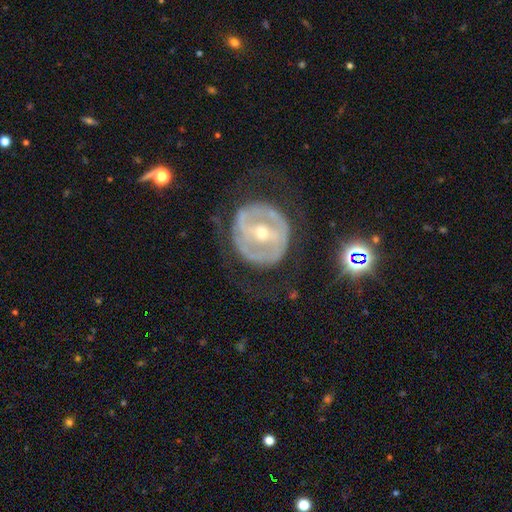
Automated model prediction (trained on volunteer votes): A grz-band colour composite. It shows a featured or disk galaxy (80%) with a strong bar (52%), spiral arms (57%) and a small central bulge (55%). Merging: none (67%).